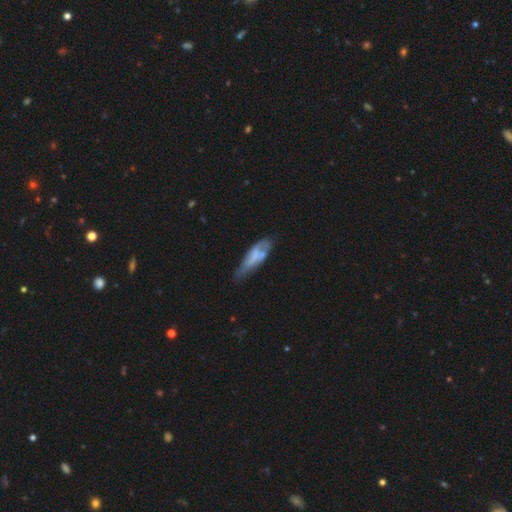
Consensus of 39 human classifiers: Morphology: type=smooth (54%); roundness=cigar-shaped (57%); merging=minor disturbance (41%).